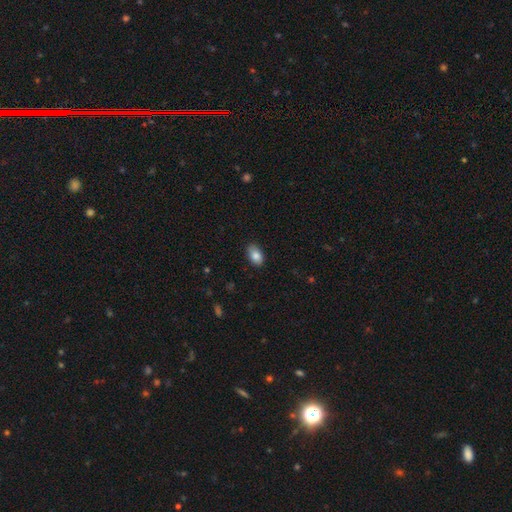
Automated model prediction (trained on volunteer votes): smooth_or_featured: smooth (p=0.86) [alt: star or artifact p=0.07]
how_rounded: in between (p=0.91) [alt: round p=0.08]
merging: none (p=0.84) [alt: minor disturbance p=0.13]